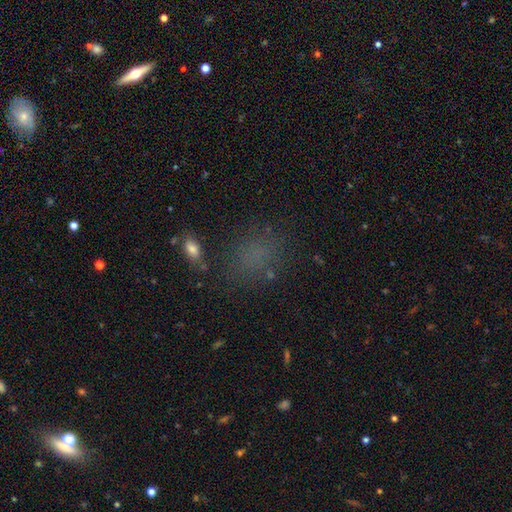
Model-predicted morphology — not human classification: The model was most divided on "how rounded": in between: 52%, round: 46%, cigar-shaped: 3%. More confident: merging — none (71%); smooth or featured — smooth (63%).